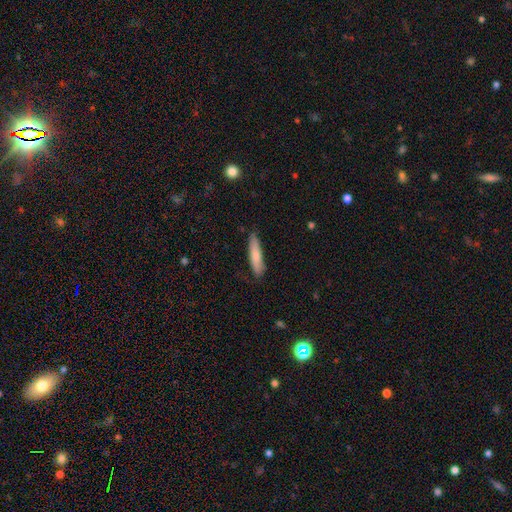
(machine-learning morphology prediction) This is likely a smooth galaxy (74%). How rounded: clearly cigar-shaped (81%). Merging: clearly none (84%).